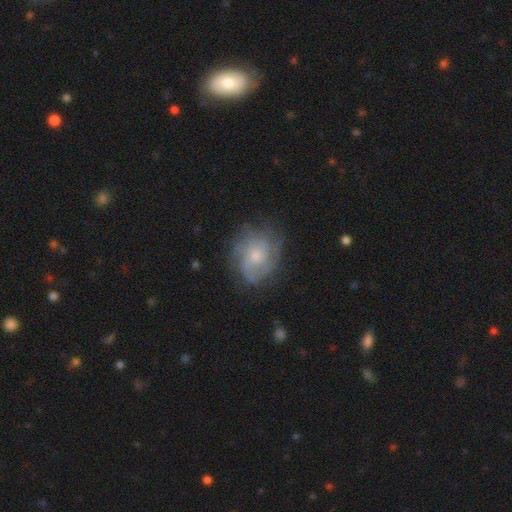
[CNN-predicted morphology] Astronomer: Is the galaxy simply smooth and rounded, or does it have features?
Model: featured or disk — 67%.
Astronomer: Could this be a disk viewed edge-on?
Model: no — 97%.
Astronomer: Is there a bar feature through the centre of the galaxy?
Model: no — 77%.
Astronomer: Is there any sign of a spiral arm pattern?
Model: yes — 84%.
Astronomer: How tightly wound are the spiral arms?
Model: tight — 50% (runner-up: medium, 36%).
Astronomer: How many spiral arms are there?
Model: can't tell — 44% (runner-up: 3, 19%).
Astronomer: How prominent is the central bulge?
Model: small — 50% (runner-up: moderate, 42%).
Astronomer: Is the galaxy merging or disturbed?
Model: none — 68%.